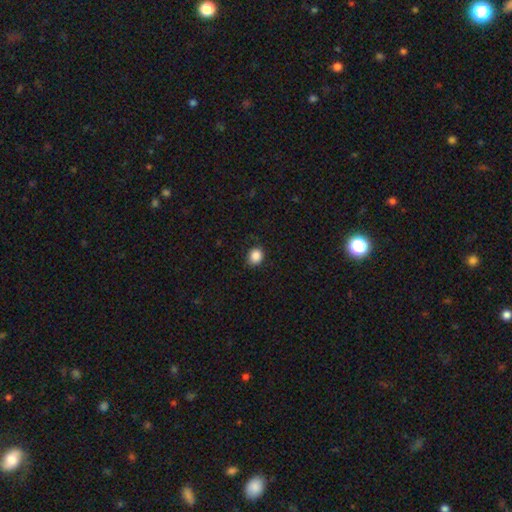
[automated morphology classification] Smooth or featured? Predicted: smooth (p=0.87). How rounded? Predicted: round (p=0.66). Merging? Predicted: none (p=0.82).